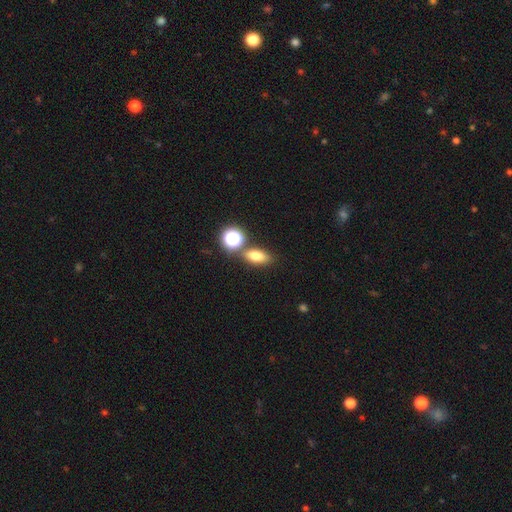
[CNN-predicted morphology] smooth_or_featured: smooth (p=0.75) [alt: star or artifact p=0.15]
how_rounded: in between (p=0.72) [alt: round p=0.19]
merging: none (p=0.70) [alt: merger p=0.14]